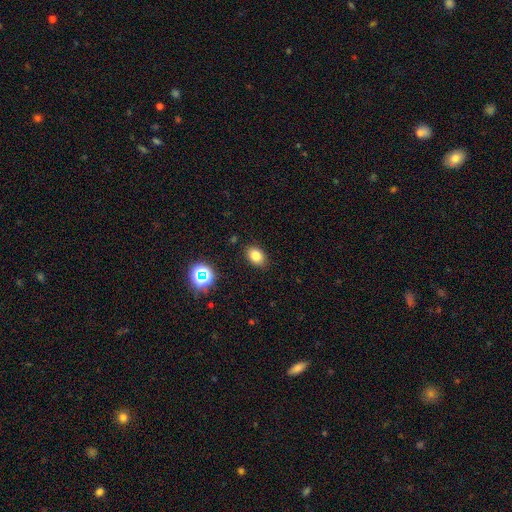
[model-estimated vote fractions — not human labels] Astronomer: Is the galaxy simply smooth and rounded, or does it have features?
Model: smooth — 80%.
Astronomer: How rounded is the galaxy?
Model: in between — 78%.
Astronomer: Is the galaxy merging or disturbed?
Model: none — 86%.